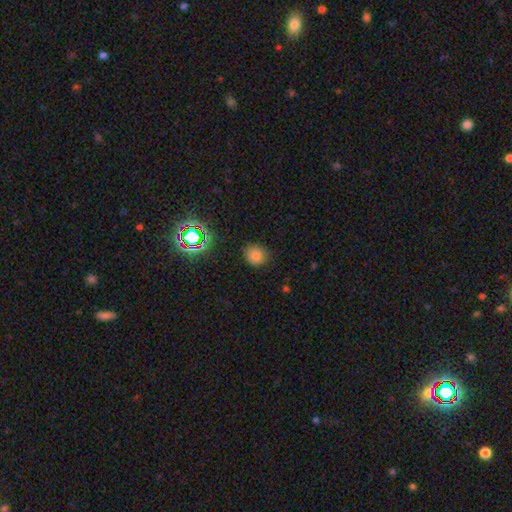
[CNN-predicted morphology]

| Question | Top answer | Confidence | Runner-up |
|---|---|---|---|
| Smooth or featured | smooth | 75% | star or artifact (19%) |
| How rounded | round | 81% | in between (18%) |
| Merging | none | 83% | minor disturbance (13%) |